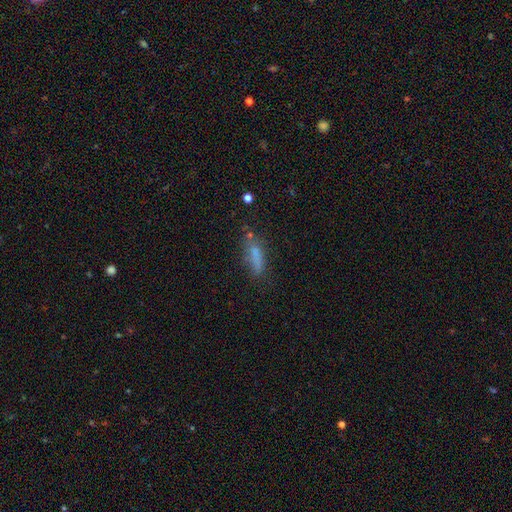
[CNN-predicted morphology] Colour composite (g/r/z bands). It shows a smooth galaxy with no disk features (71%) that is cigar-shaped (60%). Merging: none (58%).